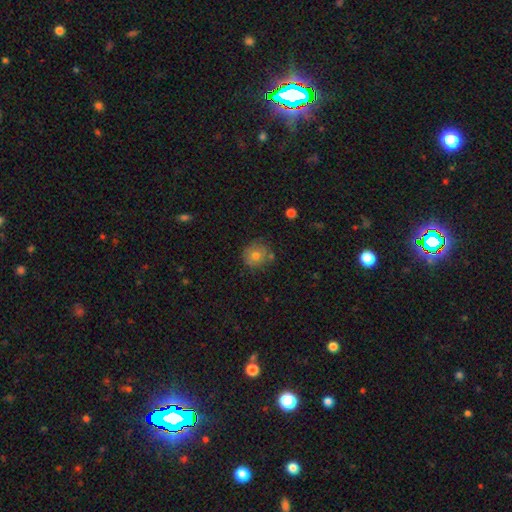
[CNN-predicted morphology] Overall: smooth (73%). How rounded: round (89%). Merging: none (73%).